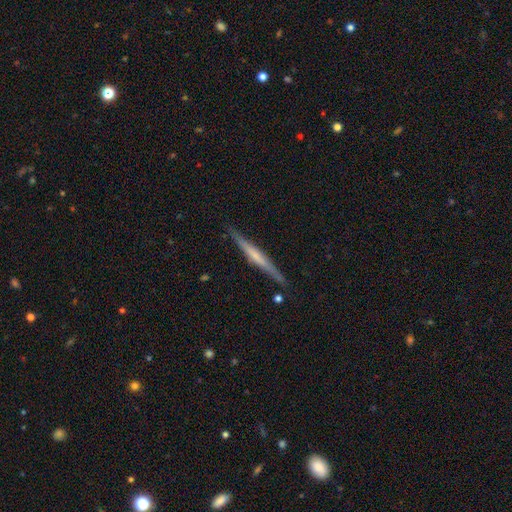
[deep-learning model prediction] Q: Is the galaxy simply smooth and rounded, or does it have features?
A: featured or disk — 61%.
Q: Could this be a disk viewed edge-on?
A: yes — 97%.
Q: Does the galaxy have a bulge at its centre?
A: none — 56%.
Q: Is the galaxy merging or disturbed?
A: none — 88%.